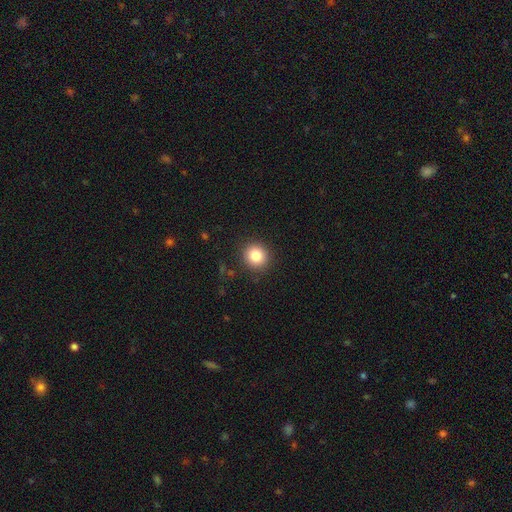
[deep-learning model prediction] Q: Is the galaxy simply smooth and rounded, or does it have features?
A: smooth — 83%.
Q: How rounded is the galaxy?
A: round — 89%.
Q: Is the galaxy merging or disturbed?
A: none — 90%.